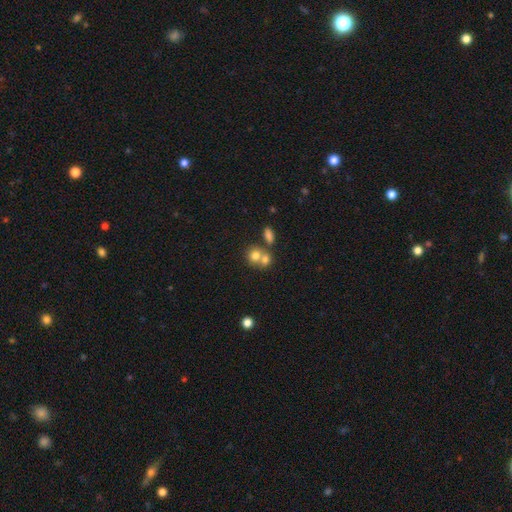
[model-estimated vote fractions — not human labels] A smooth galaxy with no disk features (74%) that is round (74%). Merging: merger (51%).